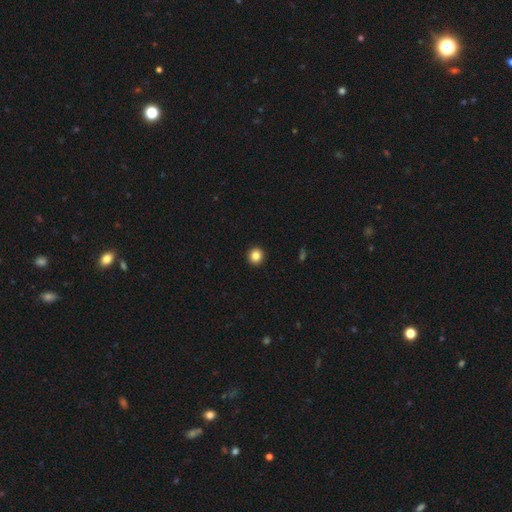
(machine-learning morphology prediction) Q: Smooth or featured?
A: smooth (85%); runner-up: star or artifact (10%)
Q: How rounded?
A: round (93%); runner-up: in between (6%)
Q: Merging?
A: none (94%); runner-up: minor disturbance (4%)